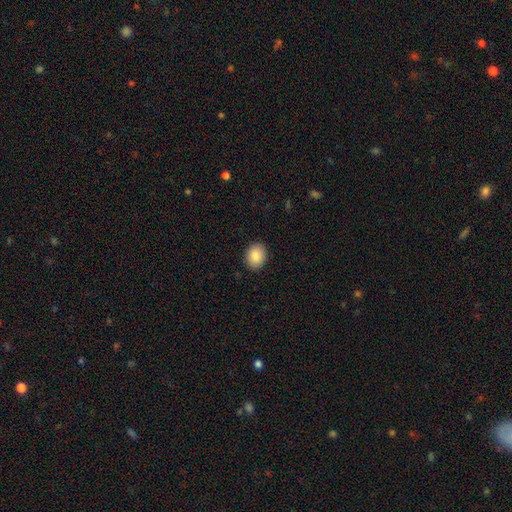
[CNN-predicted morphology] Q: Smooth or featured?
A: smooth (86%); runner-up: star or artifact (8%)
Q: How rounded?
A: in between (54%); runner-up: round (45%)
Q: Merging?
A: none (90%); runner-up: minor disturbance (7%)